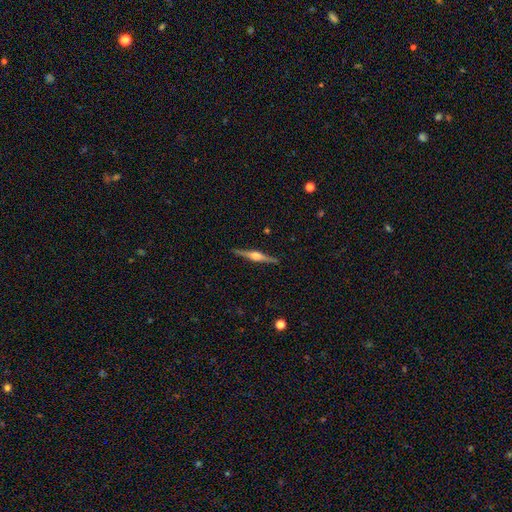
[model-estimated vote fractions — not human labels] Q: Smooth or featured?
A: featured or disk (81%); runner-up: smooth (14%)
Q: Edge-on disk?
A: yes (98%); runner-up: no (2%)
Q: Edge-on bulge?
A: rounded (89%); runner-up: boxy (9%)
Q: Merging?
A: none (91%); runner-up: minor disturbance (6%)